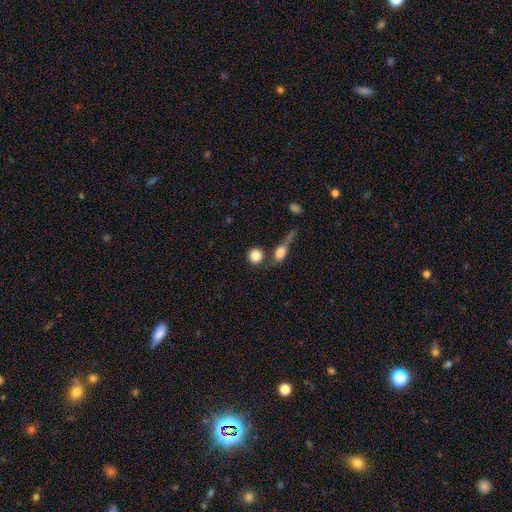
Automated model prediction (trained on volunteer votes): A smooth galaxy with no disk features (84%) that is round (87%).

Vote fractions:
- Smooth or featured? smooth: 84% / star or artifact: 9% / featured or disk: 7%
- How rounded? round: 87% / in between: 11% / cigar-shaped: 2%
- Merging? none: 64% / merger: 21% / minor disturbance: 9% / major disturbance: 6%